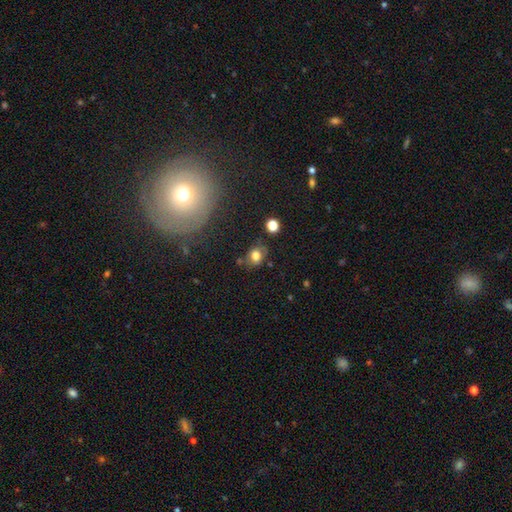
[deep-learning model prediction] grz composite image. It shows a smooth galaxy with no disk features (76%) that is round (53%). Merging: none (65%).